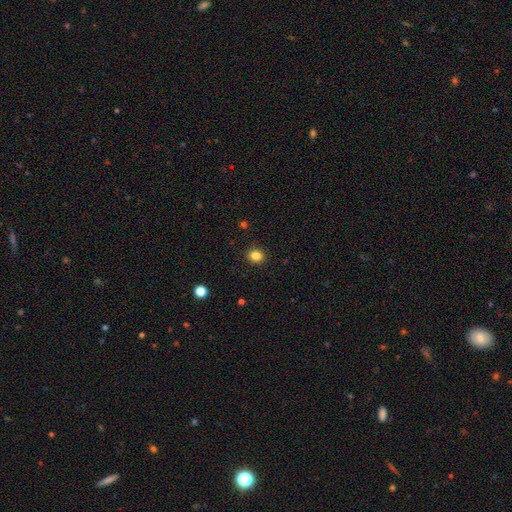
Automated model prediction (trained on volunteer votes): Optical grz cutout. It shows a smooth galaxy with no disk features (84%) that is round (59%). Merging: none (91%).